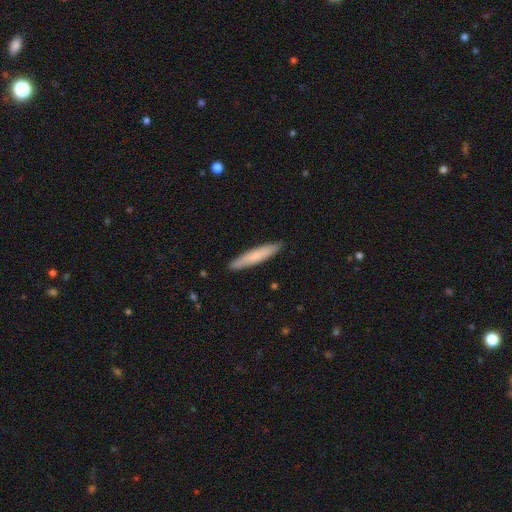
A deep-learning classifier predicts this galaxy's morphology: Q: Smooth or featured?
A: smooth (73%); runner-up: featured or disk (22%)
Q: How rounded?
A: cigar-shaped (92%); runner-up: in between (7%)
Q: Merging?
A: none (90%); runner-up: minor disturbance (8%)